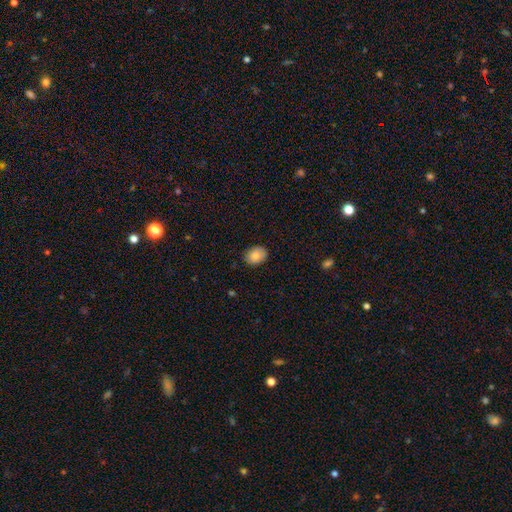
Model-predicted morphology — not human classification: Overall: smooth (86%). How rounded: in between (62%; round 37%). Merging: none (86%).